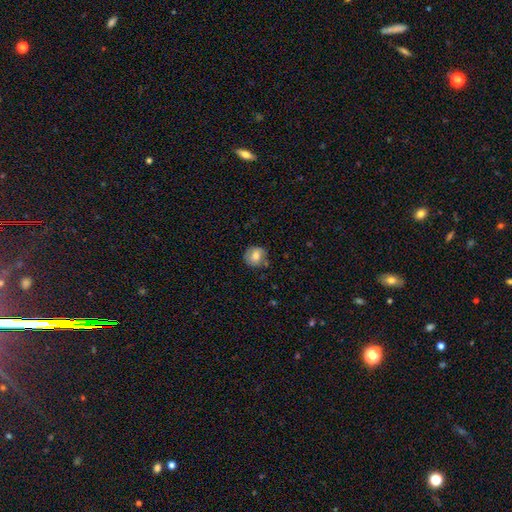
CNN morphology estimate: This is likely a smooth galaxy (70%). How rounded: clearly round (84%). Merging: likely none (74%).